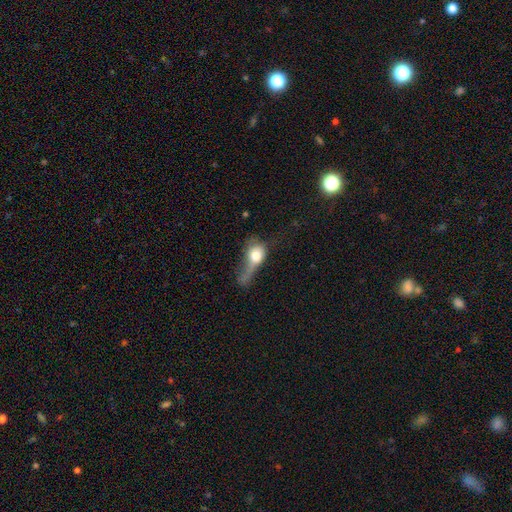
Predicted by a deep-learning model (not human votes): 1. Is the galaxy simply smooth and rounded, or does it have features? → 64% smooth, 27% featured or disk, 9% star or artifact.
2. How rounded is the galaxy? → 52% in between, 37% round, 10% cigar-shaped.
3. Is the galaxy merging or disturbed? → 56% major disturbance, 19% minor disturbance, 16% none, 10% merger.